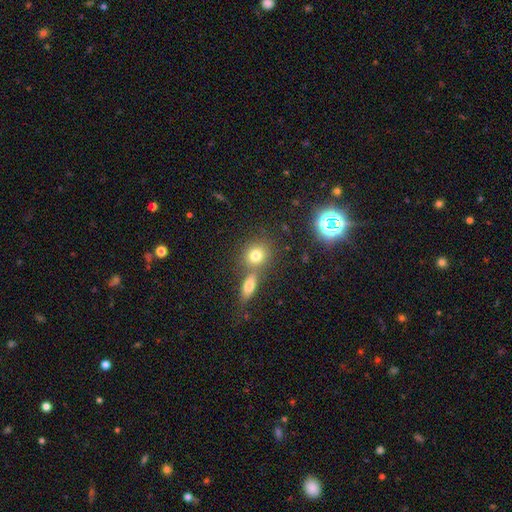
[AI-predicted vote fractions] This appears to be a smooth galaxy with no disk features (76%) that is round (71%). Merging: none (56%).